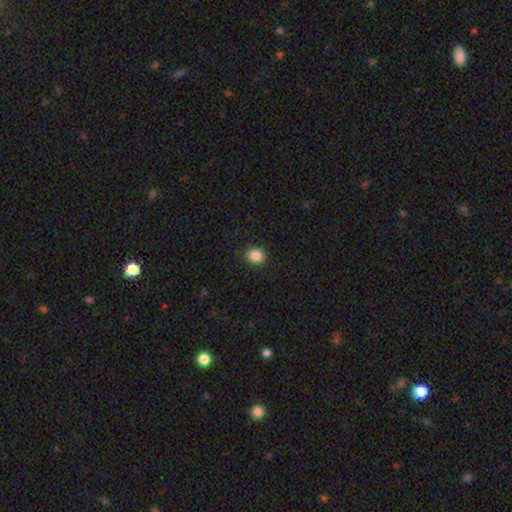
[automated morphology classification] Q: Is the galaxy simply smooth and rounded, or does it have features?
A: smooth — 87%.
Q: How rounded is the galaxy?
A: round — 68%.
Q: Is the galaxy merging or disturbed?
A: none — 89%.